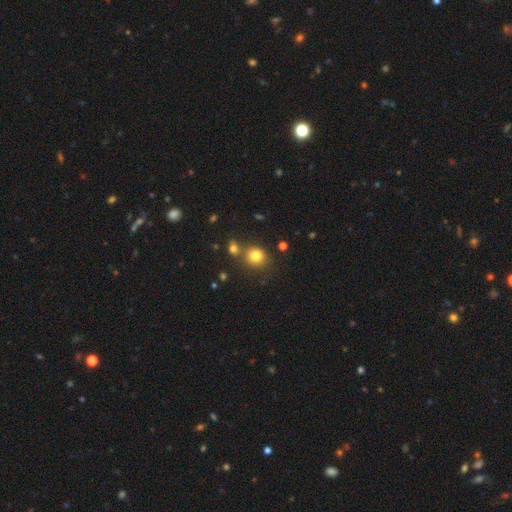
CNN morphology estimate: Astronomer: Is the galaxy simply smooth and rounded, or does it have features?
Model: smooth — 80%.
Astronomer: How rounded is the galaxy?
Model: round — 83%.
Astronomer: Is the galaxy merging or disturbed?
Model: none — 70%.